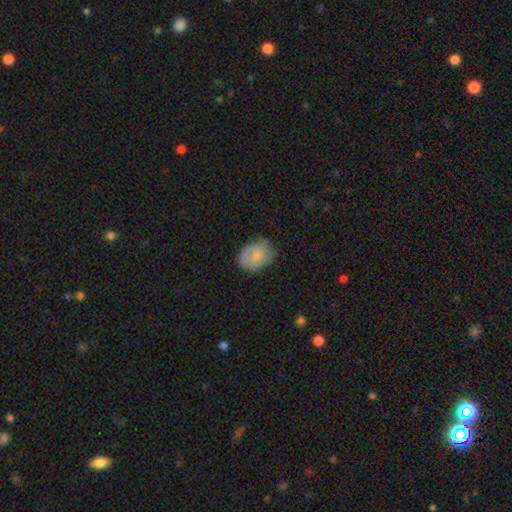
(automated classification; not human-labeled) This appears to be a smooth galaxy with no disk features (70%) that is in between round and cigar-shaped (68%). Merging: none (72%).